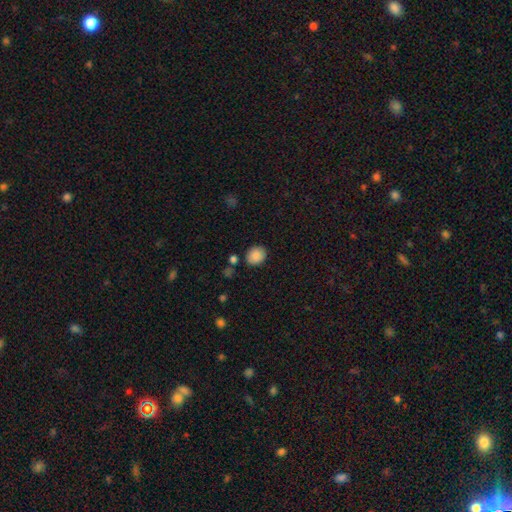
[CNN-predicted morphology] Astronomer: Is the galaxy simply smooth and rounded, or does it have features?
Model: smooth — 88%.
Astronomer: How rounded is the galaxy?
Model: round — 63%.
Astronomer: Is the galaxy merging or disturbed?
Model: none — 83%.